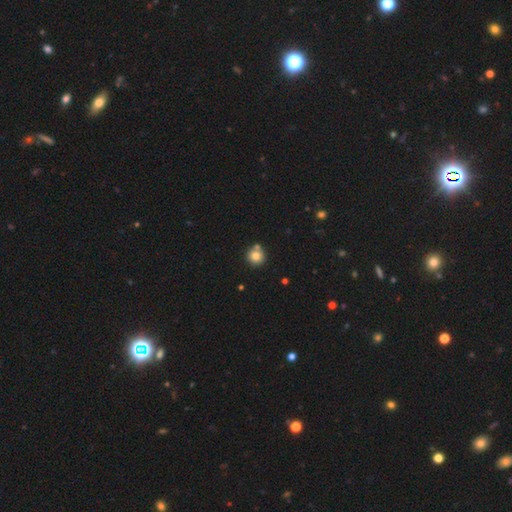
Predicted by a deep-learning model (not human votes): Q: Smooth or featured?
A: smooth (79%); runner-up: star or artifact (11%)
Q: How rounded?
A: round (93%); runner-up: in between (6%)
Q: Merging?
A: none (73%); runner-up: merger (16%)